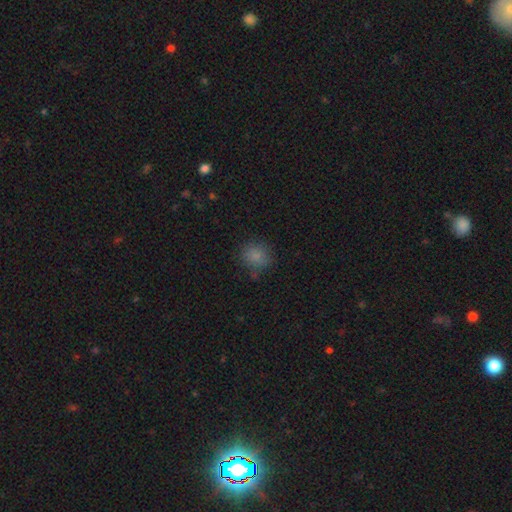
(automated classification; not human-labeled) A smooth galaxy with no disk features (82%) that is round (82%).

Vote fractions:
- Smooth or featured? smooth: 82% / star or artifact: 13% / featured or disk: 5%
- How rounded? round: 82% / in between: 17% / cigar-shaped: 1%
- Merging? none: 80% / minor disturbance: 14% / major disturbance: 4% / merger: 2%